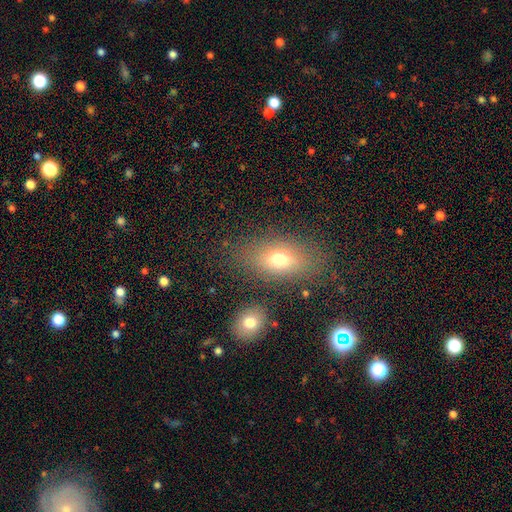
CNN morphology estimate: A smooth galaxy with no disk features (61%) that is in between round and cigar-shaped (78%).

Vote fractions:
- Smooth or featured? smooth: 61% / star or artifact: 20% / featured or disk: 19%
- How rounded? in between: 78% / round: 11% / cigar-shaped: 11%
- Merging? none: 82% / minor disturbance: 10% / merger: 4% / major disturbance: 4%